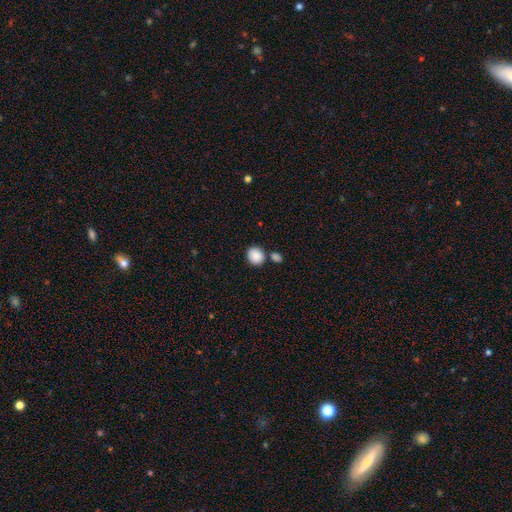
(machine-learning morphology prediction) Q: Smooth or featured?
A: smooth (88%); runner-up: star or artifact (8%)
Q: How rounded?
A: round (78%); runner-up: in between (21%)
Q: Merging?
A: none (73%); runner-up: merger (15%)